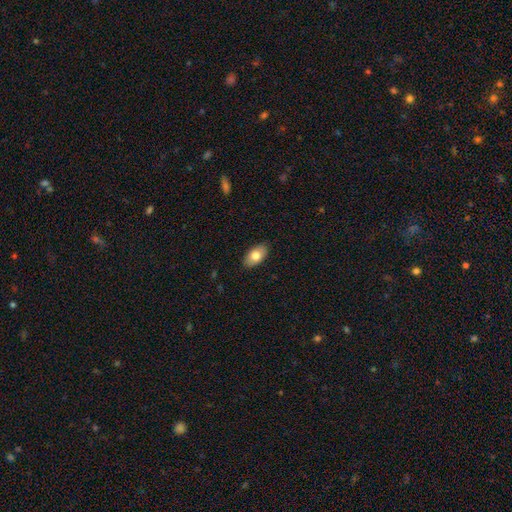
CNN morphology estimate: The model was most divided on "smooth or featured": smooth: 77%, featured or disk: 16%, star or artifact: 6%. More confident: how rounded — in between (93%); merging — none (88%).